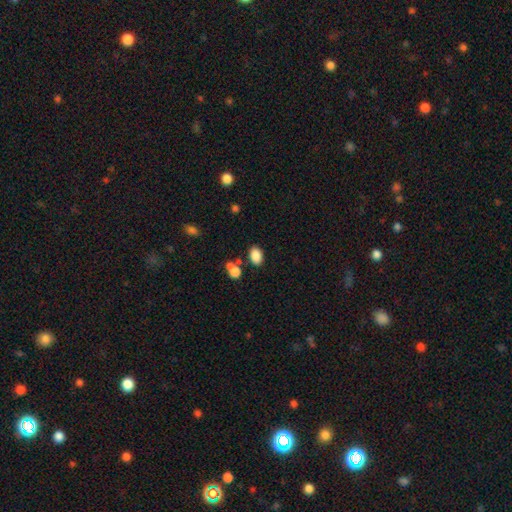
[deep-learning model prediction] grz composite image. It shows a smooth galaxy with no disk features (86%) that is in between round and cigar-shaped (84%). Merging: none (76%).